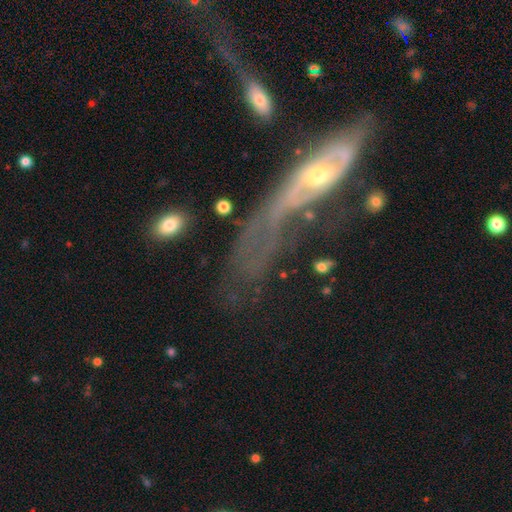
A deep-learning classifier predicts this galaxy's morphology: A featured or disk galaxy (66%).

Vote fractions:
- Smooth or featured? featured or disk: 66% / smooth: 24% / star or artifact: 10%
- Edge-on disk? no: 76% / yes: 24%
- Merging? major disturbance: 46% / none: 24% / minor disturbance: 16% / merger: 13%